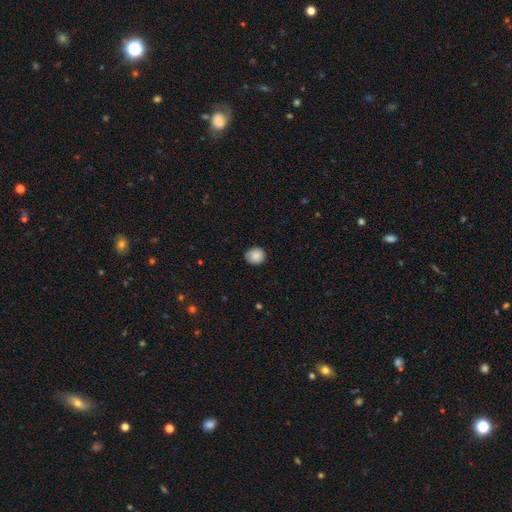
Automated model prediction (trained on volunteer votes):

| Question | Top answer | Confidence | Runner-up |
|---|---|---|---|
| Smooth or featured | smooth | 88% | star or artifact (8%) |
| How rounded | round | 82% | in between (17%) |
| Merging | none | 84% | minor disturbance (13%) |